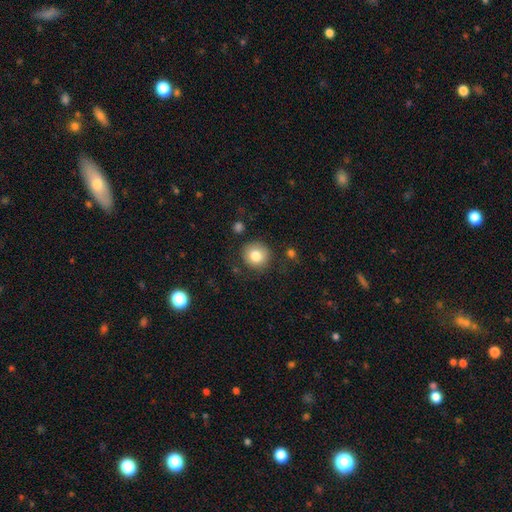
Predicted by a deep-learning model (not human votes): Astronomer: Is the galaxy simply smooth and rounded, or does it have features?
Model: smooth — 82%.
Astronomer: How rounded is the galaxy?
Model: round — 91%.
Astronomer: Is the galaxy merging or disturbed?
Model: none — 83%.